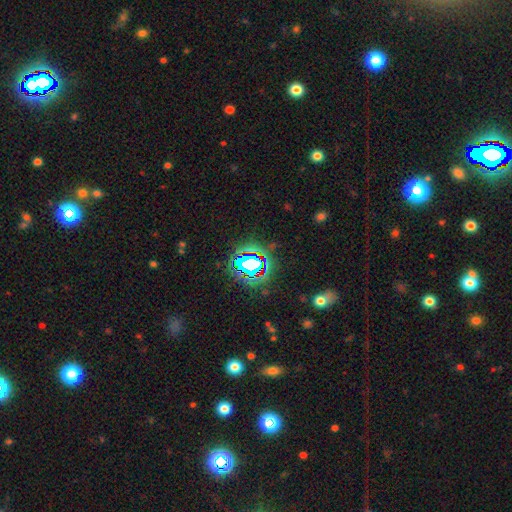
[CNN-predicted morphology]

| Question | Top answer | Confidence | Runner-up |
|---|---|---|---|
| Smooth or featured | star or artifact | 77% | smooth (15%) |